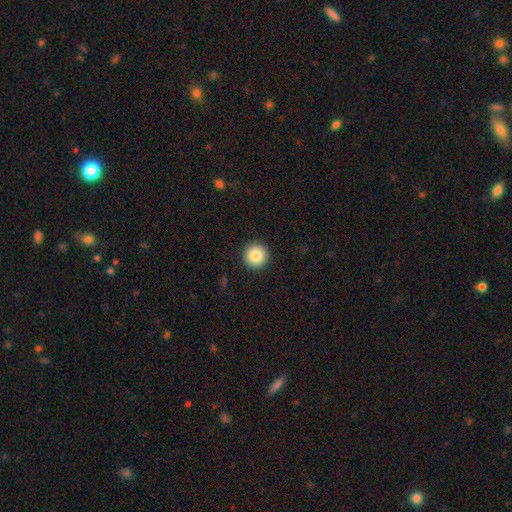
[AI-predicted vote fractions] smooth_or_featured: smooth (p=0.85) [alt: star or artifact p=0.09]
how_rounded: round (p=0.96) [alt: in between p=0.03]
merging: none (p=0.93) [alt: minor disturbance p=0.05]